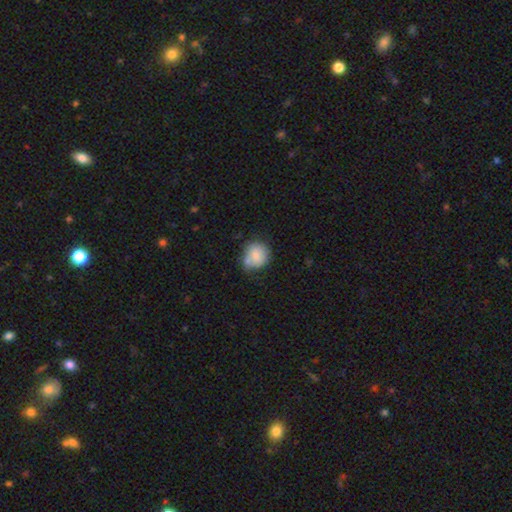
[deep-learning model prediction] smooth_or_featured: smooth (p=0.75) [alt: featured or disk p=0.17]
how_rounded: round (p=0.77) [alt: in between p=0.22]
merging: none (p=0.48) [alt: minor disturbance p=0.29]